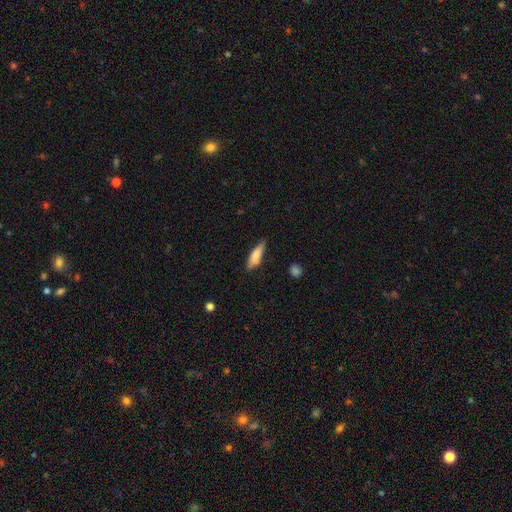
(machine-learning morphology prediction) Smooth or featured?
  - smooth: 78% *
  - featured or disk: 16%
  - star or artifact: 6%
How rounded?
  - cigar-shaped: 60% *
  - in between: 39%
  - round: 2%
Merging?
  - none: 73% *
  - minor disturbance: 21%
  - major disturbance: 4%
  - merger: 2%